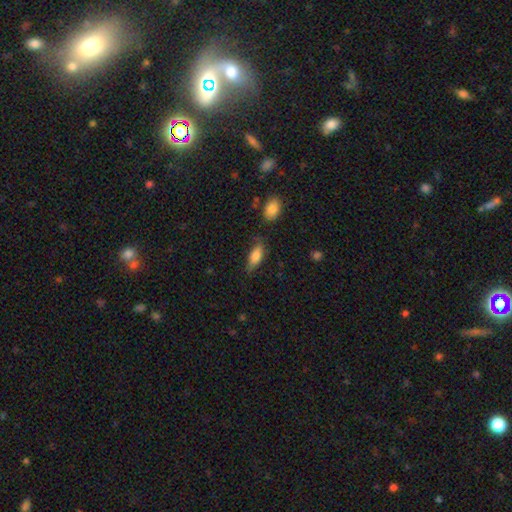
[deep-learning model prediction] Morphology: type=smooth (77%); roundness=in between (71%); merging=none (64%).